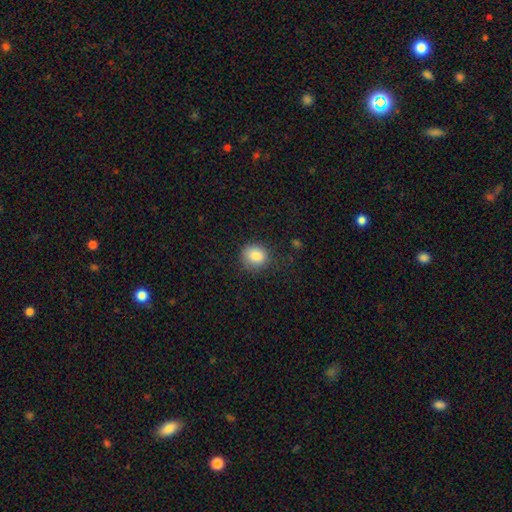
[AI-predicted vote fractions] The model was most divided on "how rounded": round: 80%, in between: 19%, cigar-shaped: 1%. More confident: smooth or featured — smooth (84%); merging — none (80%).